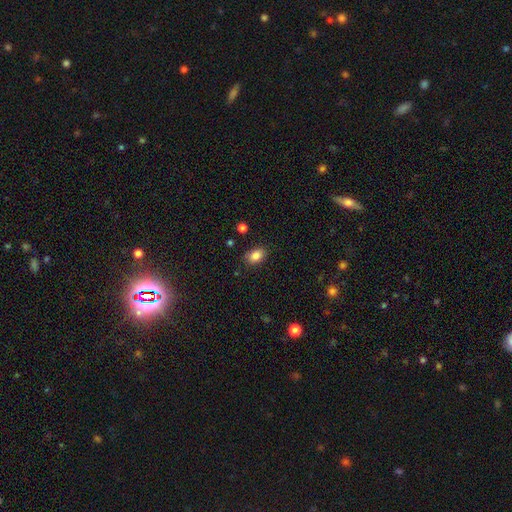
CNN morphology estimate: Smooth or featured? Predicted: smooth (p=0.85). How rounded? Predicted: in between (p=0.83). Merging? Predicted: none (p=0.83).